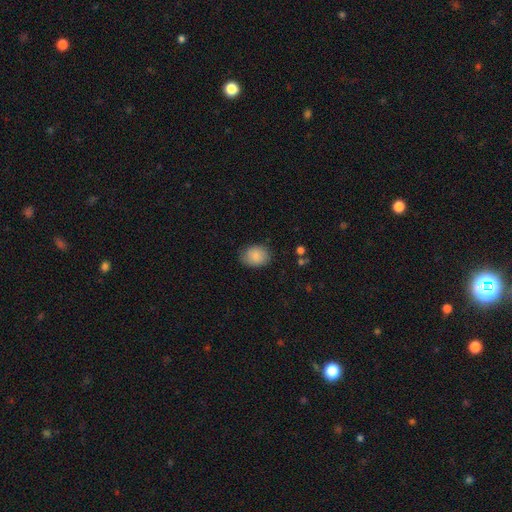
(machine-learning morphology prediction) A smooth galaxy with no disk features (87%) that is in between round and cigar-shaped (59%). Merging: none (79%).